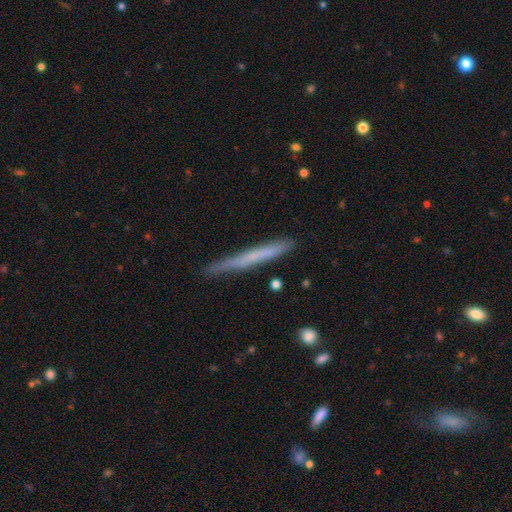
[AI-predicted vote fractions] A smooth galaxy with no disk features (57%) that is cigar-shaped (97%). Merging: none (83%).